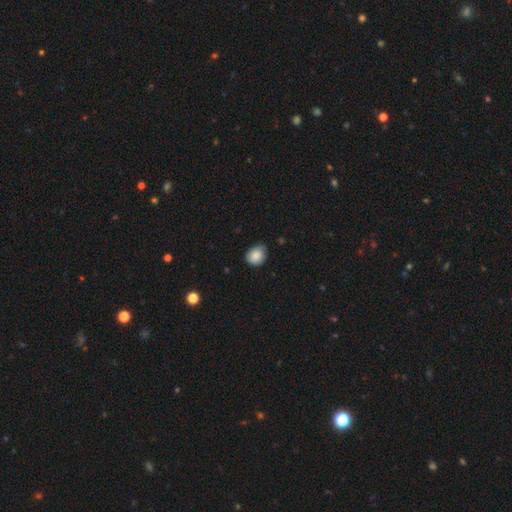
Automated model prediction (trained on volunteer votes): Smooth or featured? Predicted: smooth (p=0.83). How rounded? Predicted: round (p=0.52). Merging? Predicted: none (p=0.65).